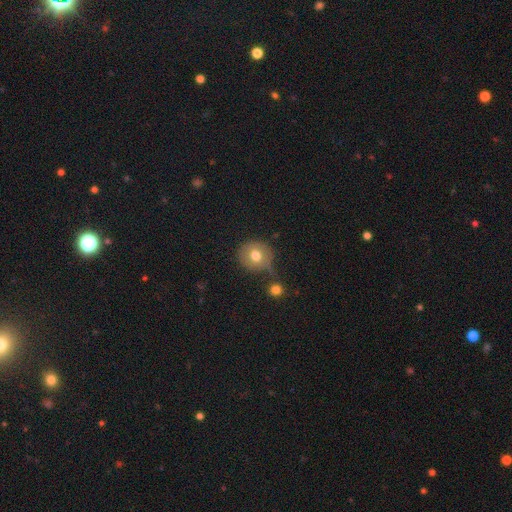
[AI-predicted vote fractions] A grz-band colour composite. It shows a smooth galaxy with no disk features (74%) that is round (89%). Merging: none (64%).